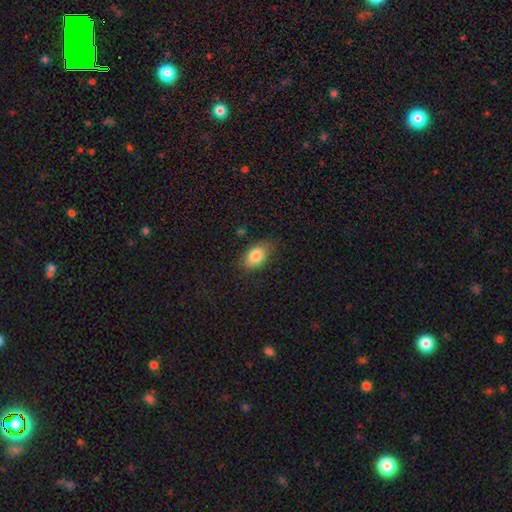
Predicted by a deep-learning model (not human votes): Smooth or featured: smooth — 83% (featured or disk — 9%)
How rounded: in between — 89% (round — 9%)
Merging: none — 75% (minor disturbance — 19%)